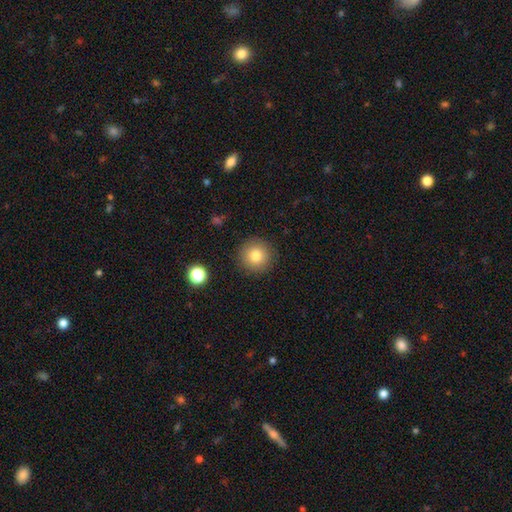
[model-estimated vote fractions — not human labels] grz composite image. It shows a smooth galaxy with no disk features (80%) that is round (95%). Merging: none (90%).